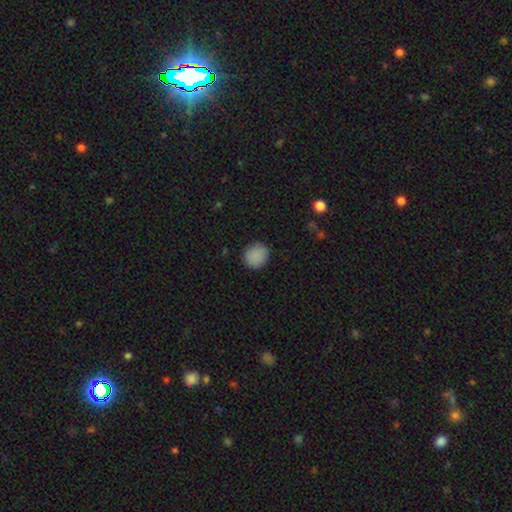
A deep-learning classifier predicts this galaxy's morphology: type=smooth (88%); roundness=round (85%); merging=none (88%).